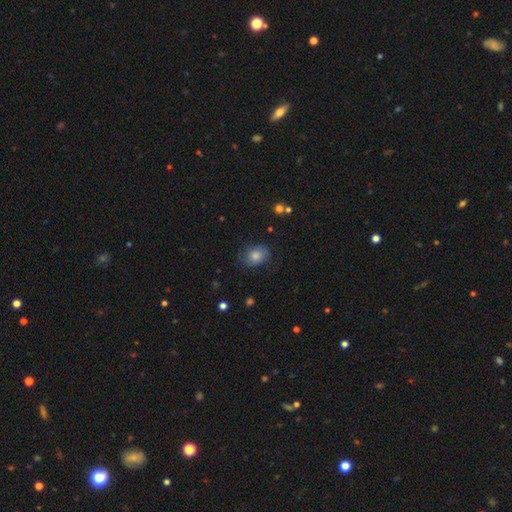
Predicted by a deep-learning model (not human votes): The model was most divided on "how rounded": in between: 59%, round: 40%, cigar-shaped: 1%. More confident: smooth or featured — smooth (75%); merging — none (70%).